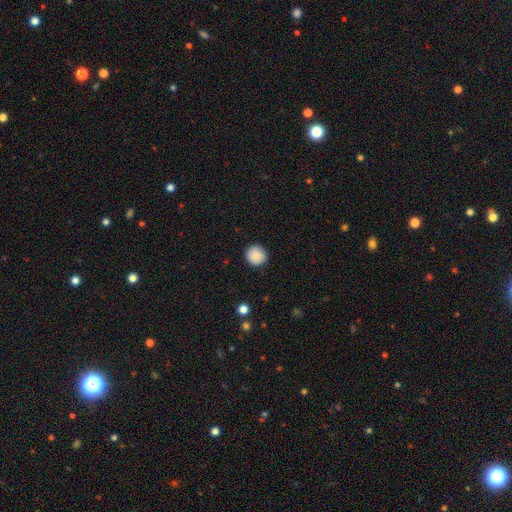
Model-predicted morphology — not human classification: Smooth or featured?
  - smooth: 88% *
  - star or artifact: 8%
  - featured or disk: 4%
How rounded?
  - round: 94% *
  - in between: 5%
  - cigar-shaped: 1%
Merging?
  - none: 88% *
  - minor disturbance: 9%
  - major disturbance: 2%
  - merger: 1%